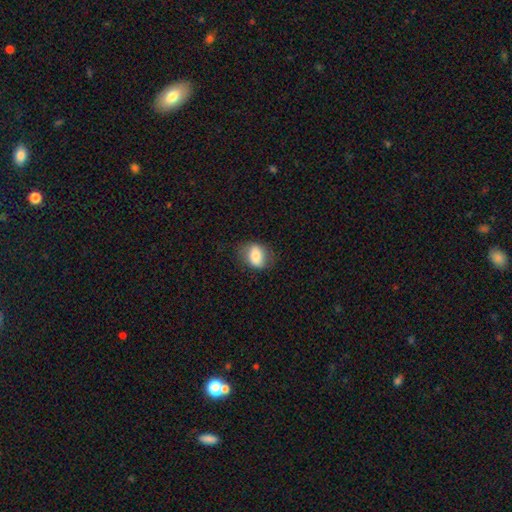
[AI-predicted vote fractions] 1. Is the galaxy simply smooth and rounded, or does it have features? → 75% smooth, 18% featured or disk, 8% star or artifact.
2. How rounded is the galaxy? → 71% in between, 28% round, 2% cigar-shaped.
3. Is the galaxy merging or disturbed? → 71% none, 21% minor disturbance, 7% major disturbance, 1% merger.